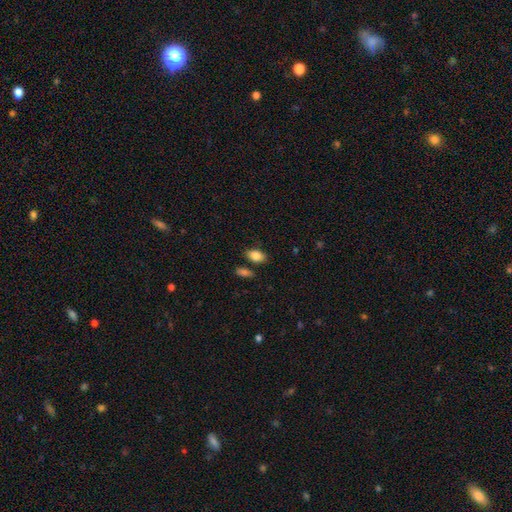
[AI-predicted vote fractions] Q: Smooth or featured?
A: smooth (86%); runner-up: star or artifact (8%)
Q: How rounded?
A: in between (90%); runner-up: round (8%)
Q: Merging?
A: none (78%); runner-up: minor disturbance (12%)